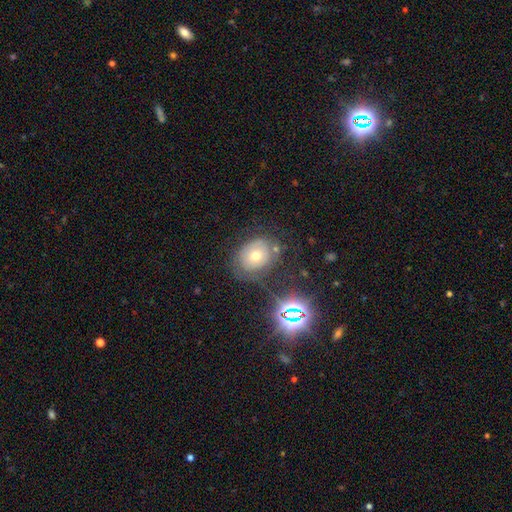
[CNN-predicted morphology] This appears to be a smooth galaxy with no disk features (55%) that is round (52%). Merging: none (61%).